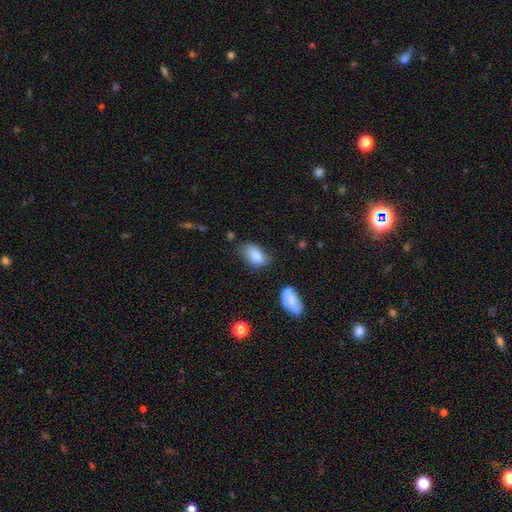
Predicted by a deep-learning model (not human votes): smooth 86%, star or artifact 8%, featured or disk 7%. Down the decision tree: how rounded — in between (92%); merging — none (62%).